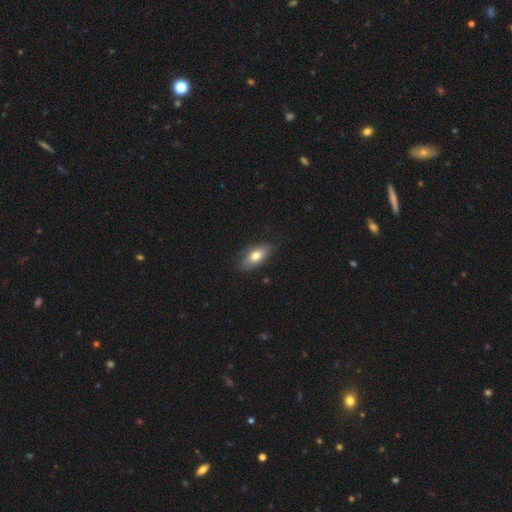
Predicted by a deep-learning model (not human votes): Morphology: type=smooth (71%); roundness=in between (84%); merging=none (80%).